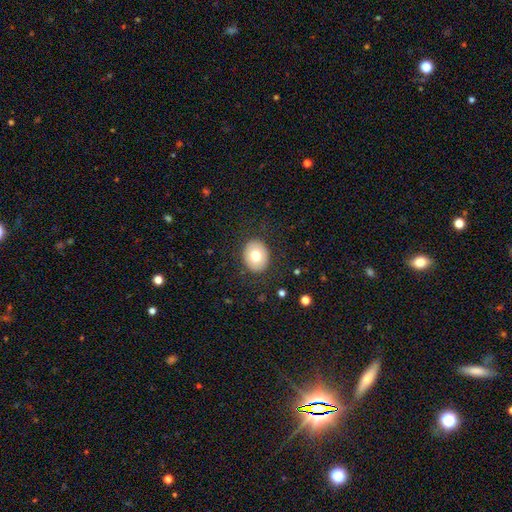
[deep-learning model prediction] Overall: smooth (75%). How rounded: round (53%; in between 46%). Merging: none (87%).